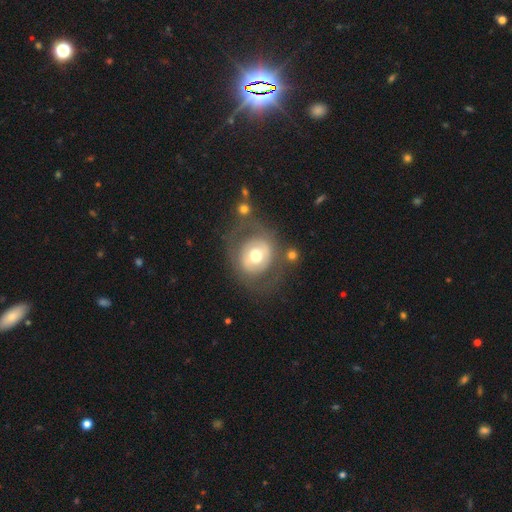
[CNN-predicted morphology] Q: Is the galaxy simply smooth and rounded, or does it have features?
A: featured or disk — 47%.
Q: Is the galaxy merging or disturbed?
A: none — 66%.